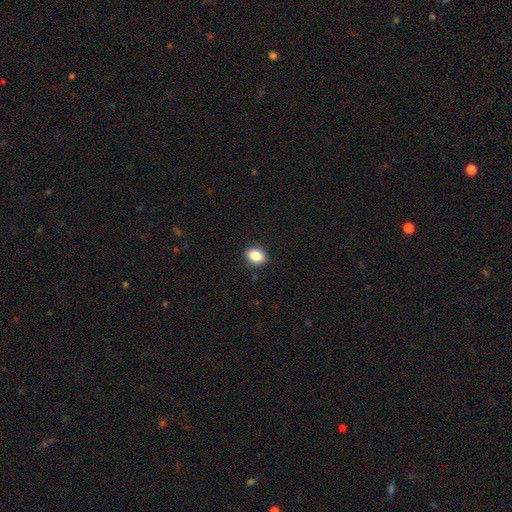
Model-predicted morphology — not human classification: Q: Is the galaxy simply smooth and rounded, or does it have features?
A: smooth — 86%.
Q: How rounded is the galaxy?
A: in between — 52%.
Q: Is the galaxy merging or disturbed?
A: none — 90%.